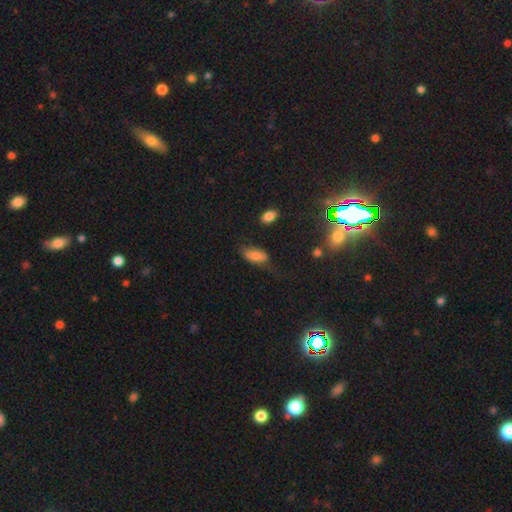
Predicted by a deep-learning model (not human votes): This is likely a smooth galaxy (74%). How rounded: clearly in between (89%). Merging: possibly none (49%).